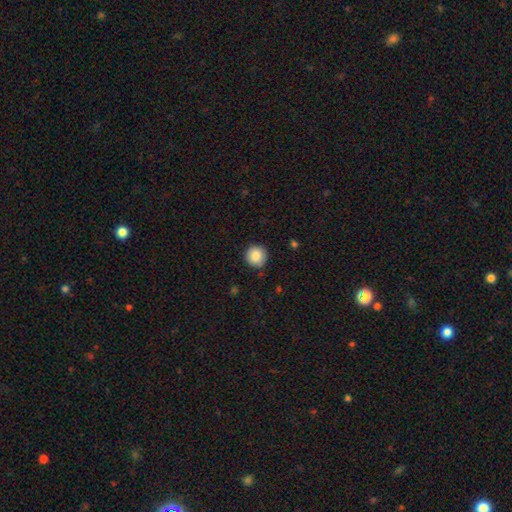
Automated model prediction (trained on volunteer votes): A smooth galaxy with no disk features (86%) that is round (95%).

Vote fractions:
- Smooth or featured? smooth: 86% / star or artifact: 8% / featured or disk: 6%
- How rounded? round: 95% / in between: 4% / cigar-shaped: 1%
- Merging? none: 90% / minor disturbance: 7% / major disturbance: 2% / merger: 1%